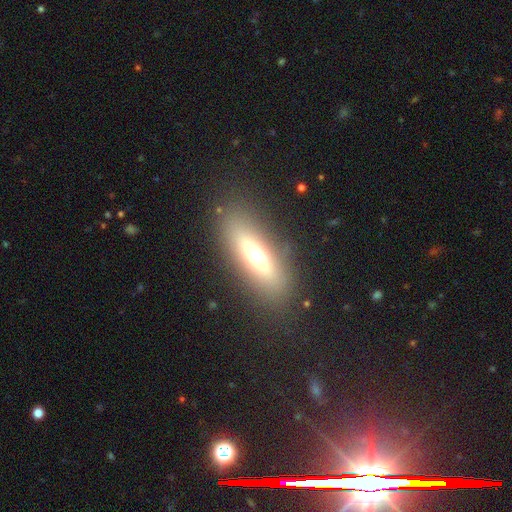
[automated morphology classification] This is possibly a smooth galaxy (57%). How rounded: possibly in between (49%). Merging: clearly none (84%).